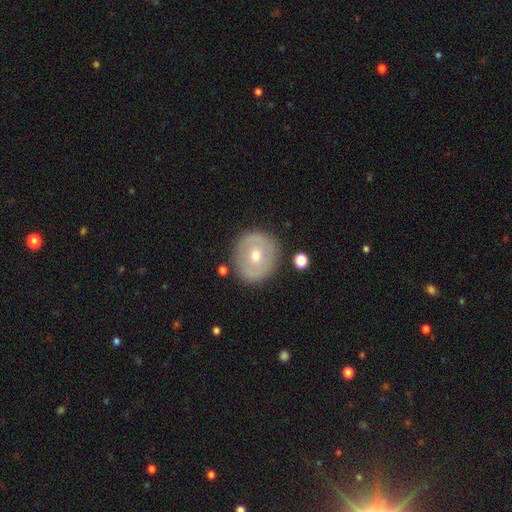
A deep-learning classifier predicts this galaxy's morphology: Smooth or featured? smooth (47%)
Merging? none (85%)